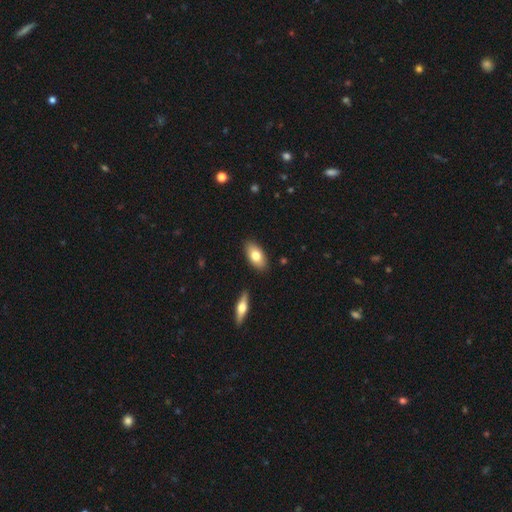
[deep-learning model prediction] This is likely a smooth galaxy (75%). How rounded: clearly in between (91%). Merging: clearly none (87%).